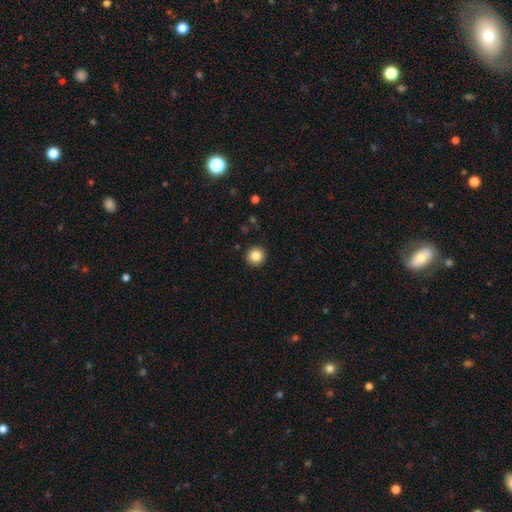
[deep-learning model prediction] The model was most divided on "smooth or featured": smooth: 84%, star or artifact: 10%, featured or disk: 6%. More confident: how rounded — round (94%); merging — none (92%).